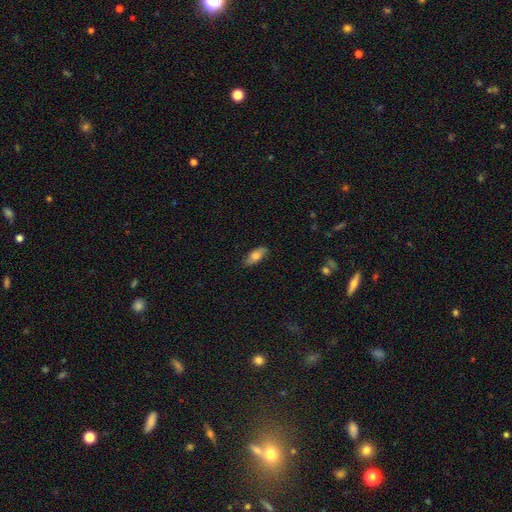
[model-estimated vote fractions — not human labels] A smooth galaxy with no disk features (73%) that is in between round and cigar-shaped (79%). Merging: none (84%).